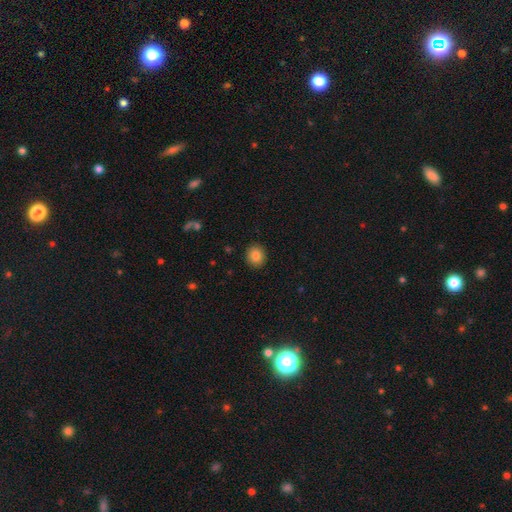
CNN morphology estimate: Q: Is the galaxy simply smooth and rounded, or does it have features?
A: smooth — 83%.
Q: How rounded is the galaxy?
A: round — 78%.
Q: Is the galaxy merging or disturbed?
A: none — 91%.